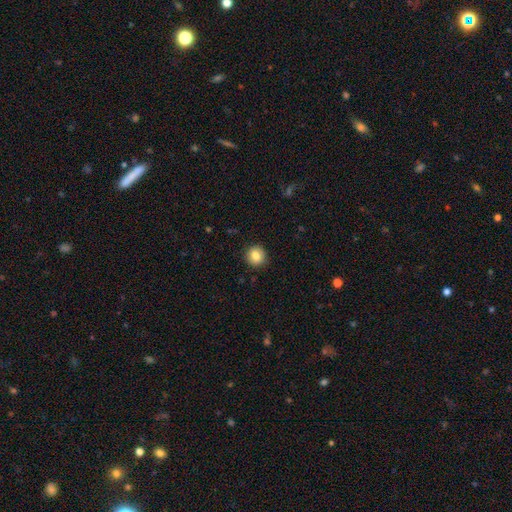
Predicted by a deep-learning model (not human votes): This is clearly a smooth galaxy (83%). How rounded: clearly round (90%). Merging: clearly none (90%).